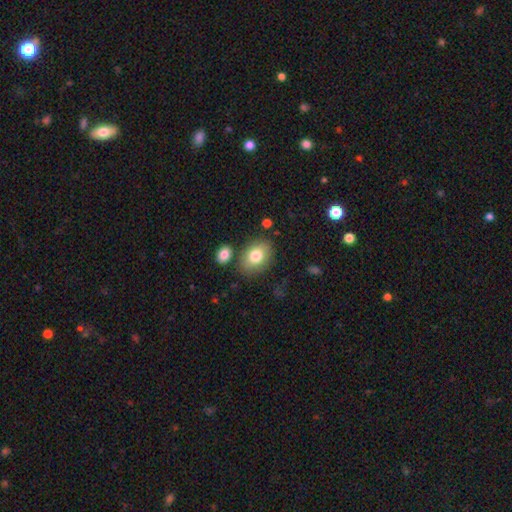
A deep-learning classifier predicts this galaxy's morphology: smooth 79%, featured or disk 13%, star or artifact 8%. Down the decision tree: how rounded — in between (74%); merging — none (76%).